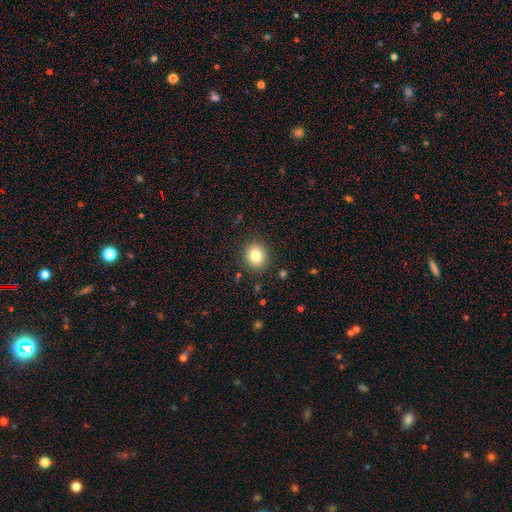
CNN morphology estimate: Q: Smooth or featured?
A: smooth (81%); runner-up: star or artifact (11%)
Q: How rounded?
A: round (72%); runner-up: in between (27%)
Q: Merging?
A: none (88%); runner-up: minor disturbance (8%)